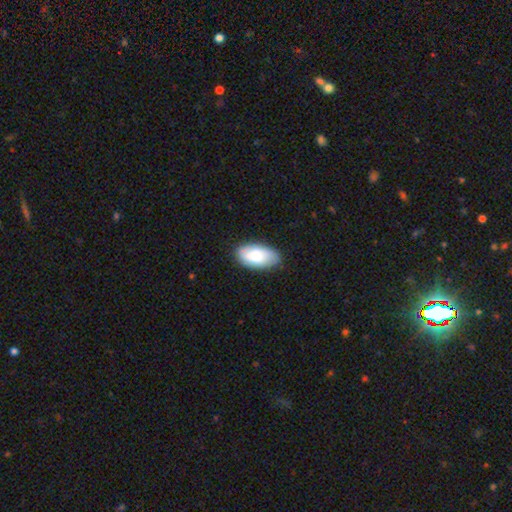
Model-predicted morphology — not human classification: type=smooth (78%); roundness=in between (95%); merging=none (80%).